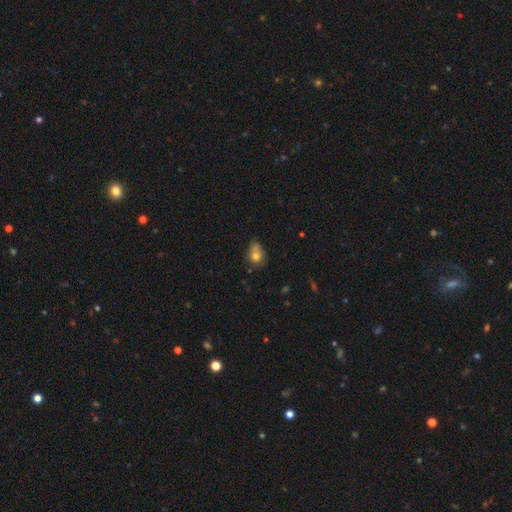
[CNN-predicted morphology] Overall: smooth (74%). How rounded: in between (55%; round 43%). Merging: none (44%; minor disturbance 32%).